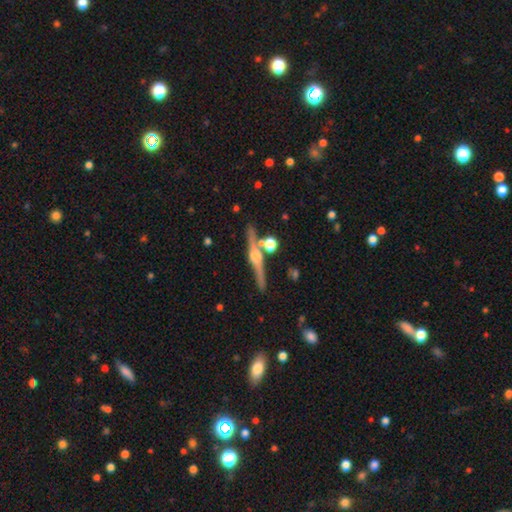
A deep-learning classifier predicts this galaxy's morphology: Overall: featured or disk (83%). Edge-on disk: yes (97%). Edge-on bulge: rounded (92%). Merging: none (79%).